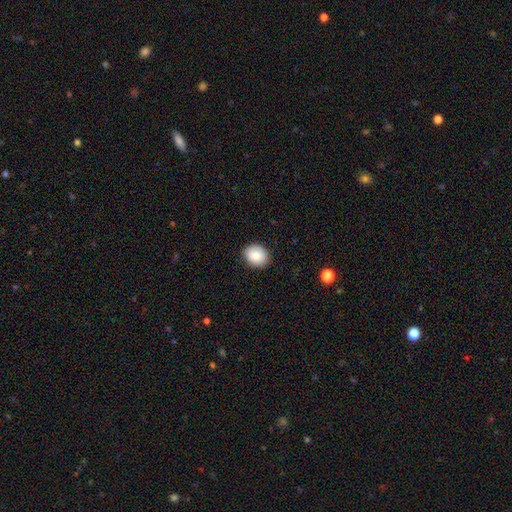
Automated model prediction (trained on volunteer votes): smooth_or_featured: smooth (p=0.85) [alt: star or artifact p=0.08]
how_rounded: in between (p=0.51) [alt: round p=0.49]
merging: none (p=0.87) [alt: minor disturbance p=0.10]